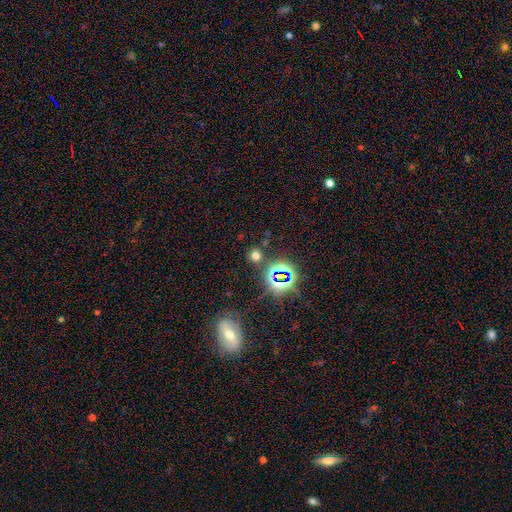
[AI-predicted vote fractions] smooth 57%, star or artifact 36%, featured or disk 7%. Down the decision tree: how rounded — round (89%); merging — none (82%).